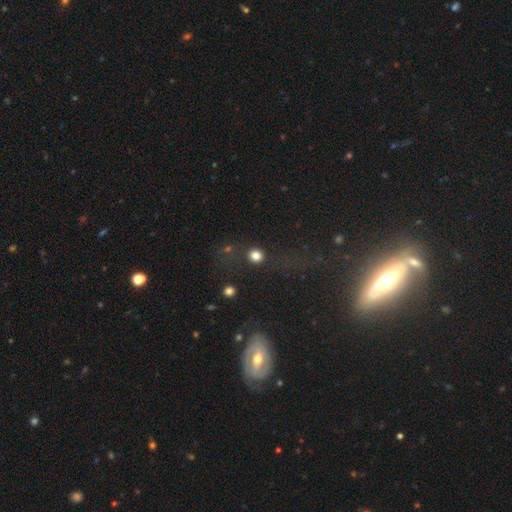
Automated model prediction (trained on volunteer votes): Q: Smooth or featured?
A: smooth (80%); runner-up: star or artifact (14%)
Q: How rounded?
A: round (88%); runner-up: in between (11%)
Q: Merging?
A: none (80%); runner-up: minor disturbance (9%)